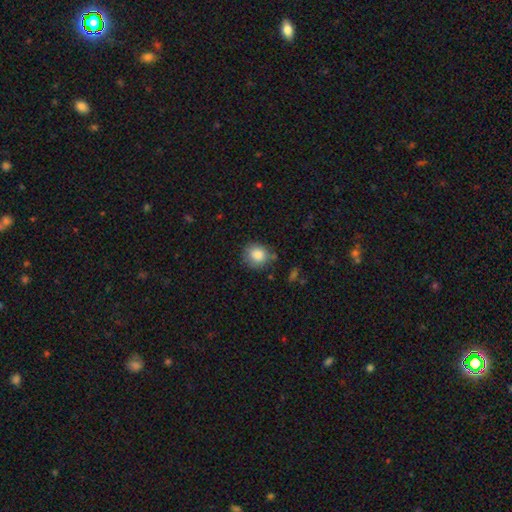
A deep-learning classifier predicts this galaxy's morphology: Overall: smooth (84%). How rounded: round (84%). Merging: none (81%).